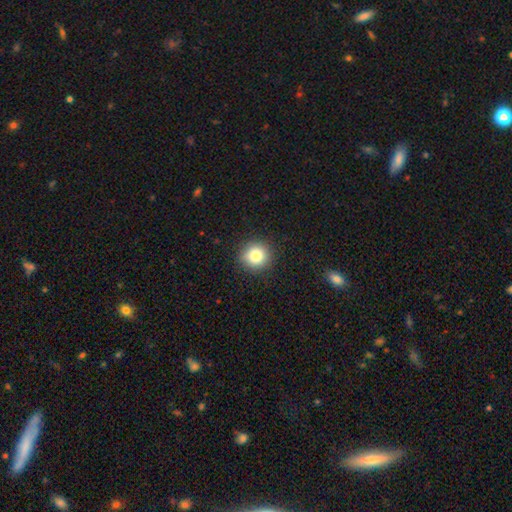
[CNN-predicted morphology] Q: Smooth or featured?
A: smooth (82%); runner-up: star or artifact (11%)
Q: How rounded?
A: round (91%); runner-up: in between (8%)
Q: Merging?
A: none (91%); runner-up: minor disturbance (6%)